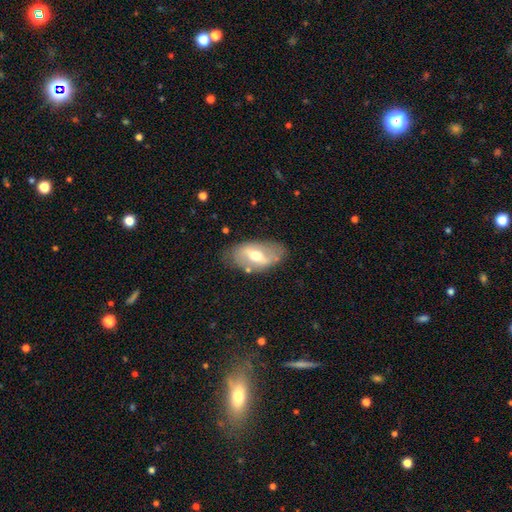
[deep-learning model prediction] Smooth or featured? Predicted: featured or disk (p=0.61). Edge-on disk? Predicted: no (p=0.88). Bar? Predicted: strong (p=0.46). Spiral arms? Predicted: no (p=0.56). Bulge size? Predicted: moderate (p=0.70). Merging? Predicted: none (p=0.72).